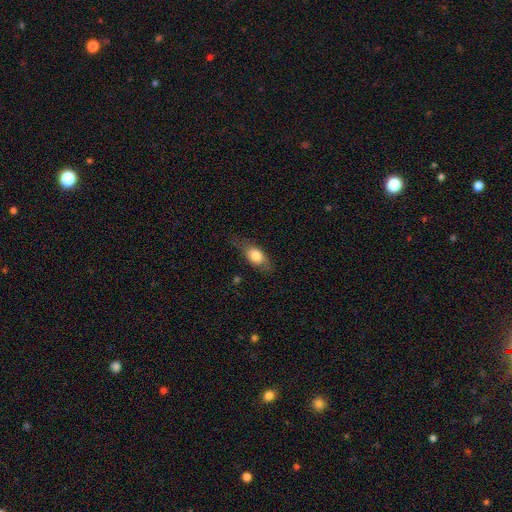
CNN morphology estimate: Smooth or featured?
  - smooth: 72% *
  - featured or disk: 21%
  - star or artifact: 7%
How rounded?
  - in between: 76% *
  - cigar-shaped: 14%
  - round: 11%
Merging?
  - none: 67% *
  - minor disturbance: 23%
  - major disturbance: 9%
  - merger: 1%